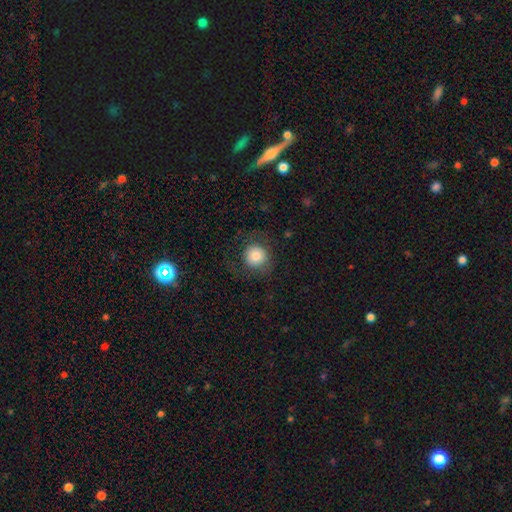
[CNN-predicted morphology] This is clearly a smooth galaxy (80%). How rounded: clearly round (90%). Merging: likely none (75%).